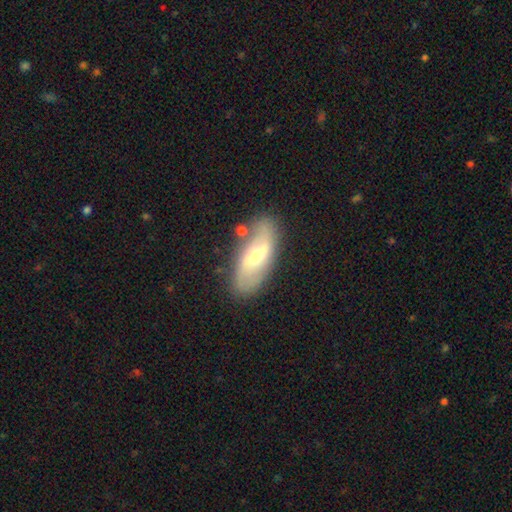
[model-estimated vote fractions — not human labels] A featured or disk galaxy (65%) with a weak bar (49%), spiral arms (78%) and a moderate central bulge (55%). Merging: none (78%).